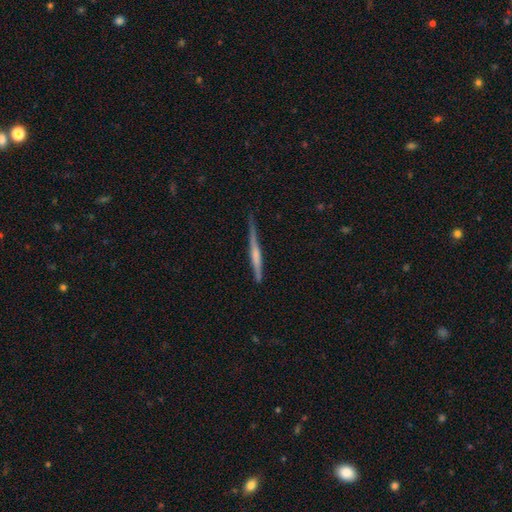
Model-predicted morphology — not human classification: Smooth or featured: featured or disk — 59% (smooth — 35%)
Edge-on disk: yes — 97% (no — 3%)
Edge-on bulge: none — 44% (rounded — 39%)
Merging: none — 74% (minor disturbance — 20%)